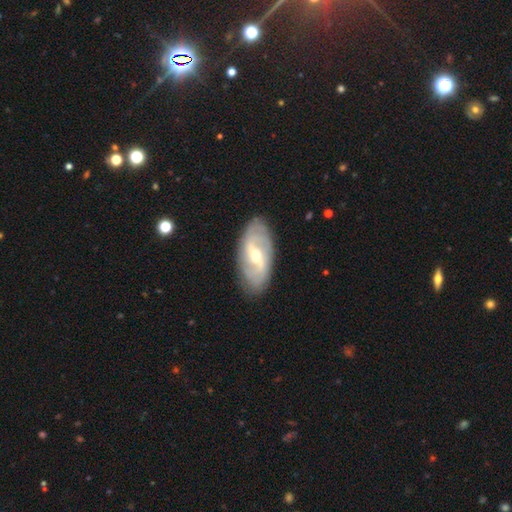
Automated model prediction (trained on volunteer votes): featured or disk 78%, smooth 17%, star or artifact 6%. Down the decision tree: edge-on disk — no (91%); bar — weak (49%); spiral arms — yes (83%); spiral arm count — 2 (65%); spiral winding — medium (36%); bulge size — moderate (56%); merging — none (85%).